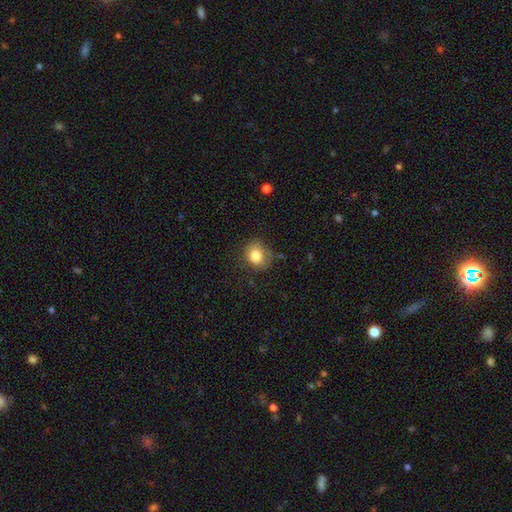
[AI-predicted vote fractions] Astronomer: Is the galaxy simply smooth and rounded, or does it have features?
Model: smooth — 83%.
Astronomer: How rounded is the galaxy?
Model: round — 65%.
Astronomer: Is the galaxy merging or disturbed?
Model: none — 65%.